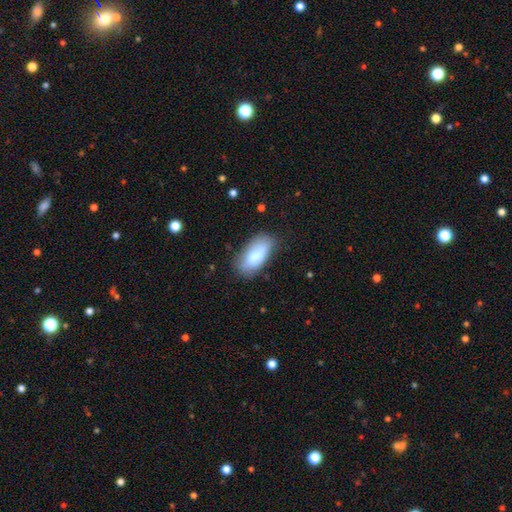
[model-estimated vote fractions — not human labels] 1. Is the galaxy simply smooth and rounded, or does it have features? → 79% smooth, 14% featured or disk, 7% star or artifact.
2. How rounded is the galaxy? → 91% in between, 7% cigar-shaped, 2% round.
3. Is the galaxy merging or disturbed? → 67% none, 24% minor disturbance, 7% major disturbance, 2% merger.